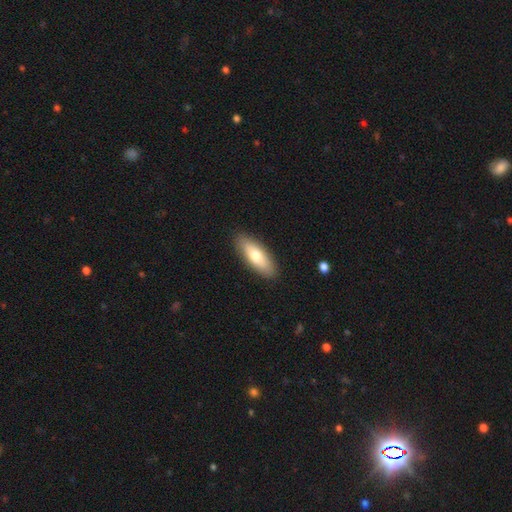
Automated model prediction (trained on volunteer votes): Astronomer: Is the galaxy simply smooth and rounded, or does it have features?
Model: smooth — 71%.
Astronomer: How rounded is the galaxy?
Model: in between — 68%.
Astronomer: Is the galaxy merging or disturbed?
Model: none — 89%.